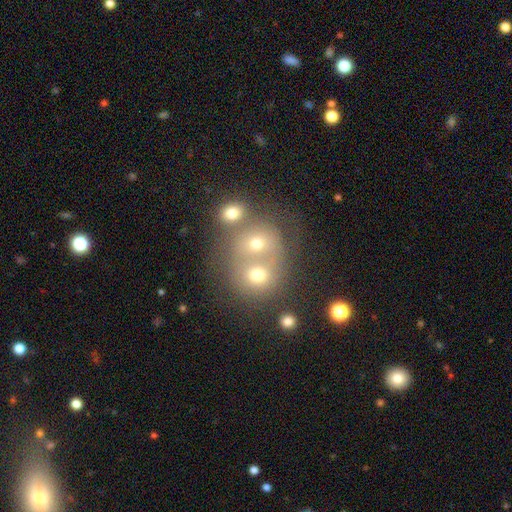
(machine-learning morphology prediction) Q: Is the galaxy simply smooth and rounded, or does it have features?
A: smooth — 50%.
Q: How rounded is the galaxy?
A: round — 76%.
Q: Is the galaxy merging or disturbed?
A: merger — 64%.